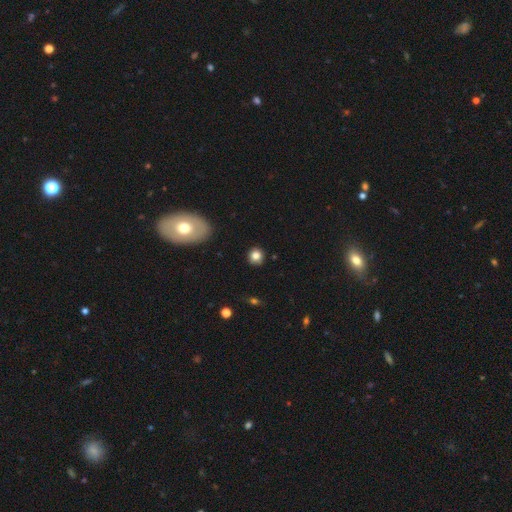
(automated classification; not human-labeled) smooth 83%, star or artifact 11%, featured or disk 6%. Down the decision tree: how rounded — round (90%); merging — none (89%).